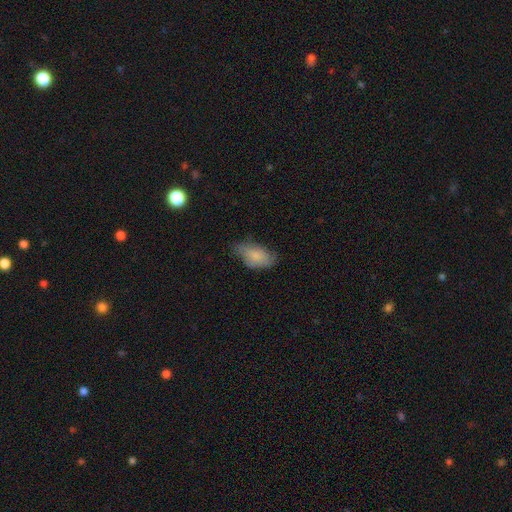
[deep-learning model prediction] Smooth or featured: smooth — 77% (featured or disk — 16%)
How rounded: in between — 92% (round — 4%)
Merging: none — 53% (minor disturbance — 35%)